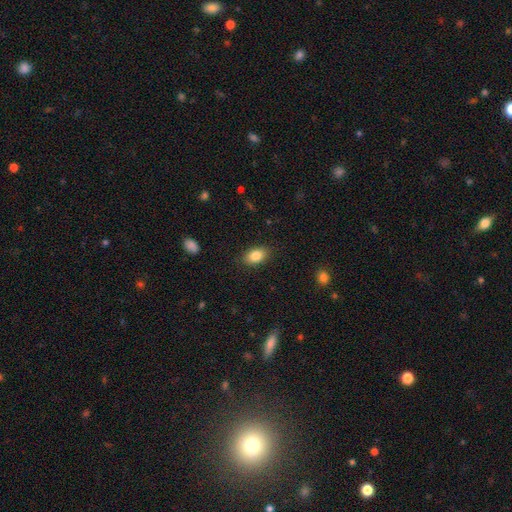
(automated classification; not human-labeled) This is clearly a smooth galaxy (85%). How rounded: clearly in between (89%). Merging: clearly none (85%).